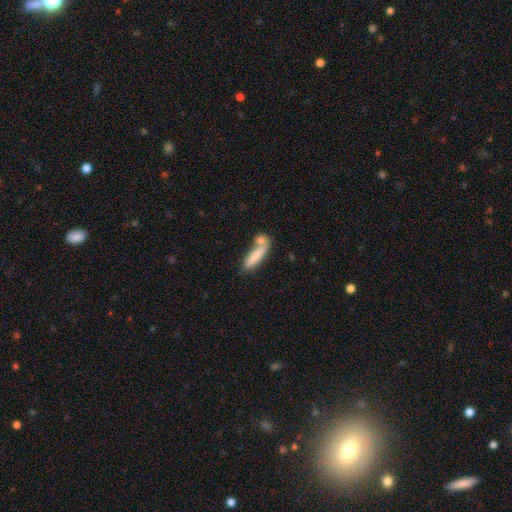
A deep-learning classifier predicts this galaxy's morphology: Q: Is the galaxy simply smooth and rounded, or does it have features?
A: smooth — 79%.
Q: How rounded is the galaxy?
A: cigar-shaped — 69%.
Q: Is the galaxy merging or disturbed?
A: none — 44%.